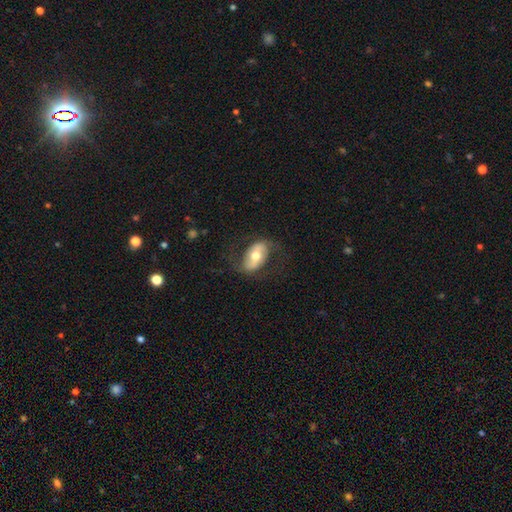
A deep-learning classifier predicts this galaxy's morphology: Smooth or featured? featured or disk (55%)
Edge-on disk? no (91%)
Merging? none (71%)